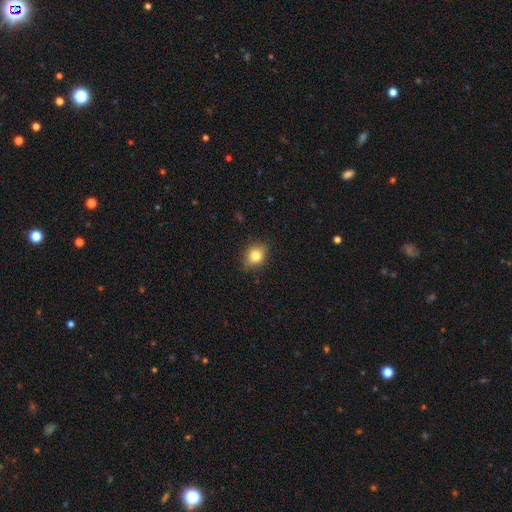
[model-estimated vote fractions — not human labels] A smooth galaxy with no disk features (82%) that is round (56%). Merging: none (86%).